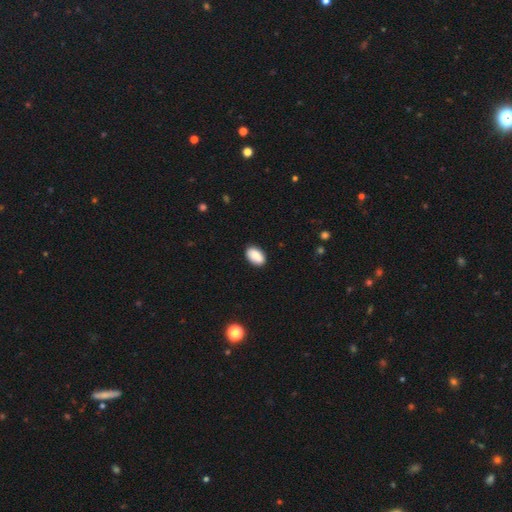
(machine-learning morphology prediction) Smooth or featured?
  - smooth: 88% *
  - star or artifact: 7%
  - featured or disk: 5%
How rounded?
  - in between: 92% *
  - round: 6%
  - cigar-shaped: 2%
Merging?
  - none: 86% *
  - minor disturbance: 11%
  - major disturbance: 2%
  - merger: 1%